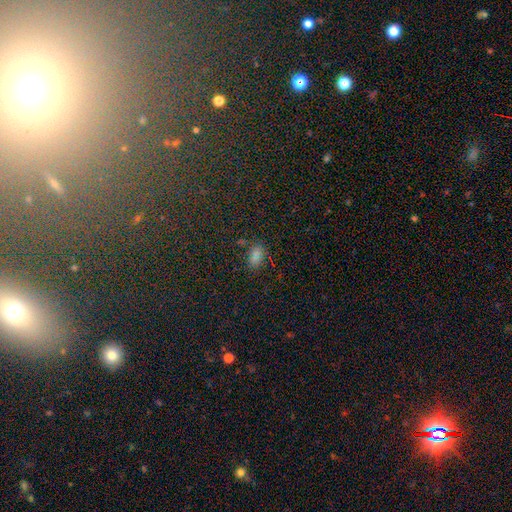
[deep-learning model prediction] smooth-or-featured: smooth: 52% | star or artifact: 37% | featured or disk: 10%
  how-rounded: in between: 74% | round: 22% | cigar-shaped: 4%
  merging: none: 65% | minor disturbance: 15% | merger: 14% | major disturbance: 6%